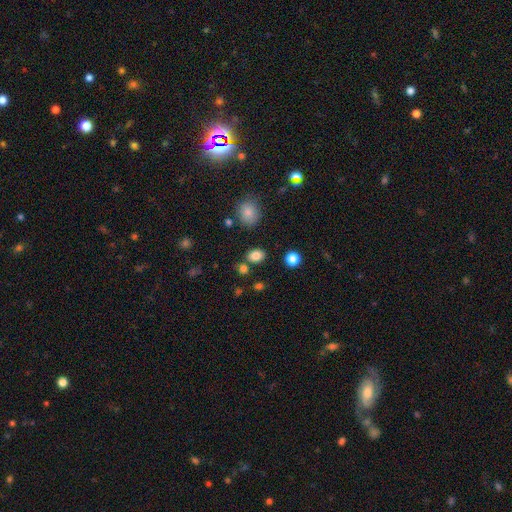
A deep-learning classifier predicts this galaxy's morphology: A smooth galaxy with no disk features (82%) that is in between round and cigar-shaped (58%).

Vote fractions:
- Smooth or featured? smooth: 82% / star or artifact: 12% / featured or disk: 5%
- How rounded? in between: 58% / round: 41% / cigar-shaped: 1%
- Merging? none: 78% / minor disturbance: 10% / merger: 8% / major disturbance: 3%